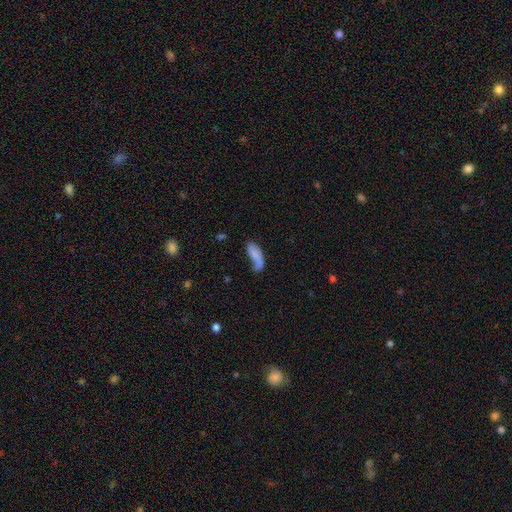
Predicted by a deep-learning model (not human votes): Overall: smooth (69%). How rounded: in between (69%). Merging: none (37%; minor disturbance 29%).